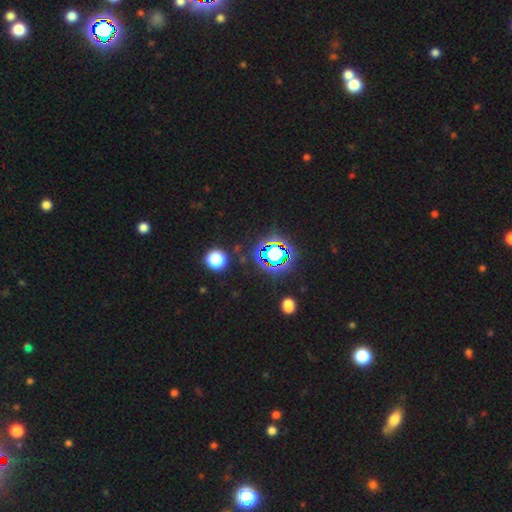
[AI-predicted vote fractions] Morphology: type=star or artifact (80%).